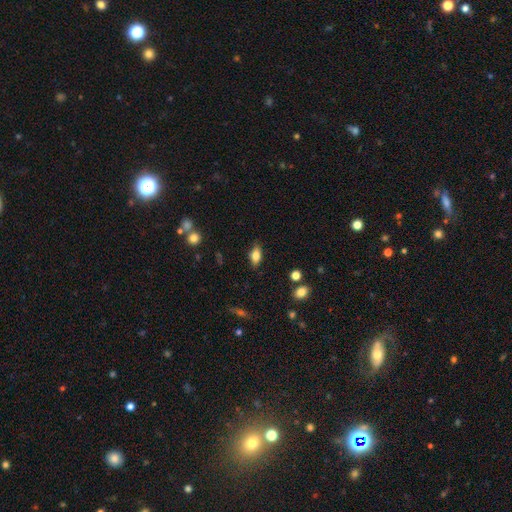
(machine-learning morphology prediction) Smooth or featured?
  - smooth: 78% *
  - featured or disk: 13%
  - star or artifact: 8%
How rounded?
  - in between: 86% *
  - cigar-shaped: 8%
  - round: 6%
Merging?
  - none: 83% *
  - minor disturbance: 13%
  - major disturbance: 3%
  - merger: 2%